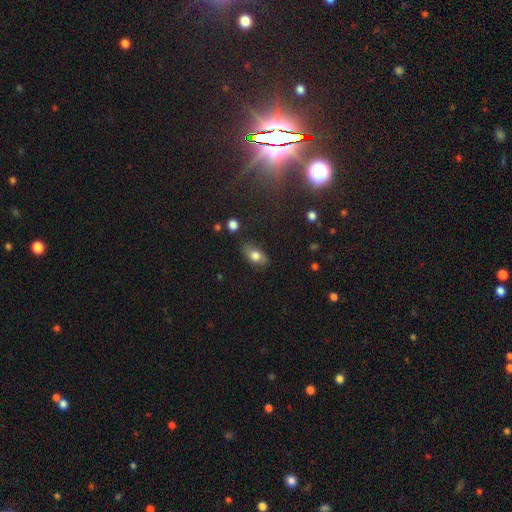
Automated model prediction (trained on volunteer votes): smooth_or_featured: smooth (p=0.72) [alt: featured or disk p=0.20]
how_rounded: in between (p=0.89) [alt: round p=0.07]
merging: none (p=0.80) [alt: minor disturbance p=0.15]